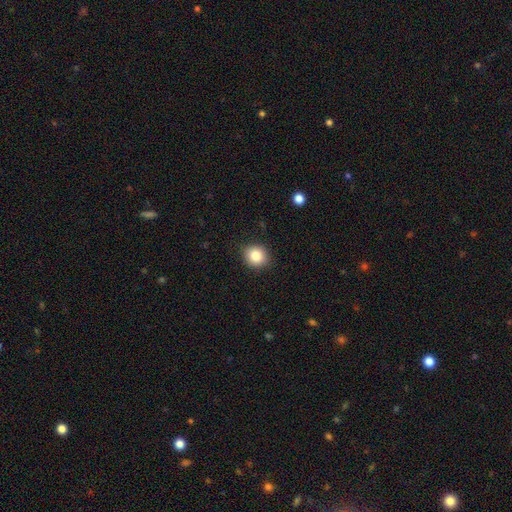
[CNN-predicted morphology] Smooth or featured: smooth — 84% (star or artifact — 10%)
How rounded: round — 79% (in between — 20%)
Merging: none — 87% (minor disturbance — 10%)